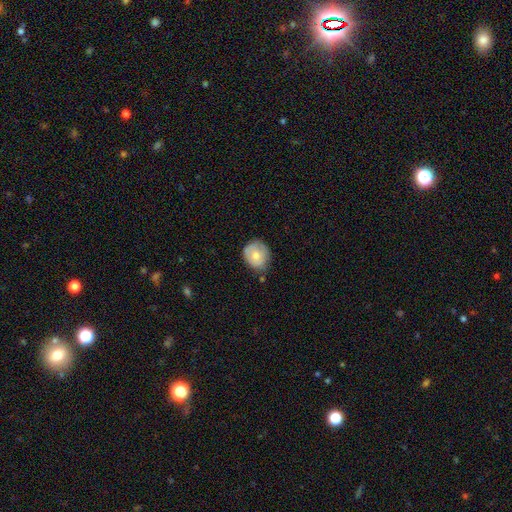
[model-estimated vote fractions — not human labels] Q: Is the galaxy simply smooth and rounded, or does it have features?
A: smooth — 64%.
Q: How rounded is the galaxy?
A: round — 73%.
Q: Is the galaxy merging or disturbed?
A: none — 63%.